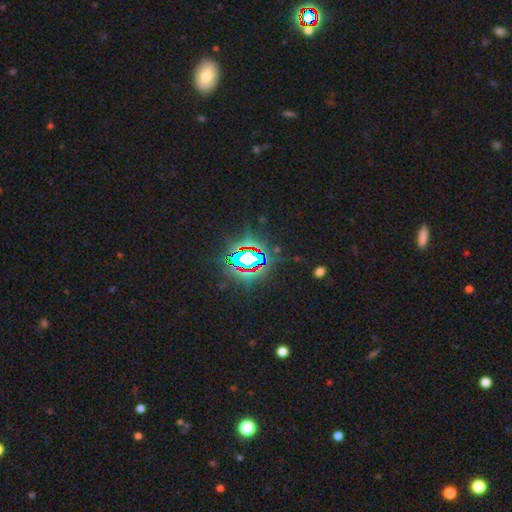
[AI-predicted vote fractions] This appears to be a star or artifact, not a galaxy (81%).